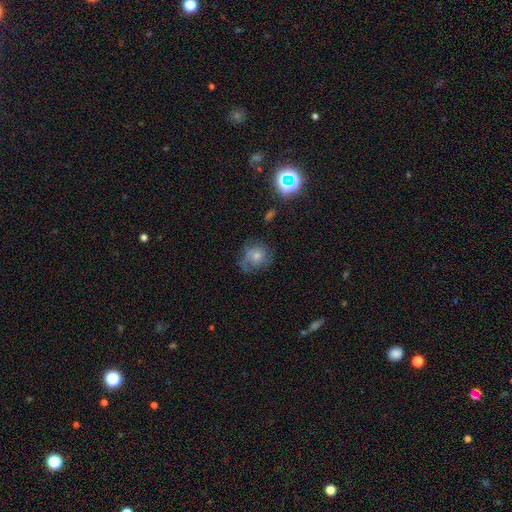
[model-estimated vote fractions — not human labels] This appears to be a smooth galaxy with no disk features (52%) that is round (78%). Merging: none (54%).